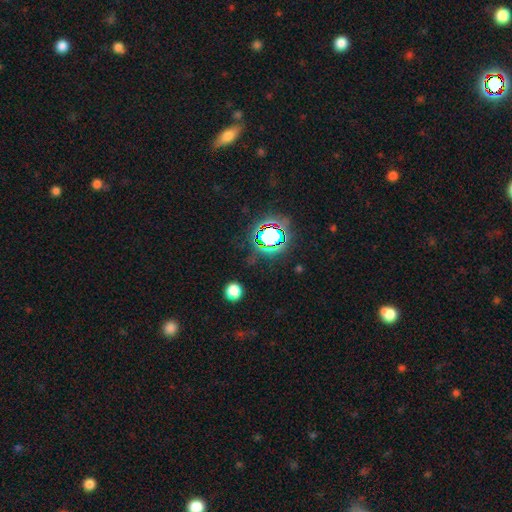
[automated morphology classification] Smooth or featured?
  - star or artifact: 69% *
  - smooth: 21%
  - featured or disk: 11%